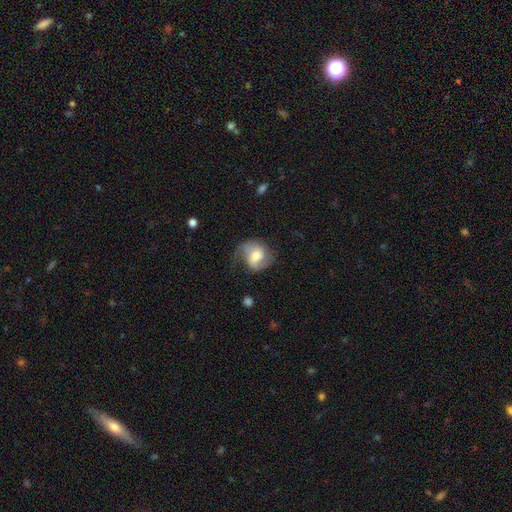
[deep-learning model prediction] This is possibly a featured or disk galaxy (59%). It is clearly not viewed edge-on (97%). Bar: marginally no (43%, tied with weak). Spiral arm pattern: clearly yes (89%). Spiral arm count: likely 2 (75%). Spiral winding: marginally medium (44%). Central bulge: possibly moderate (56%). Merging: possibly none (52%).